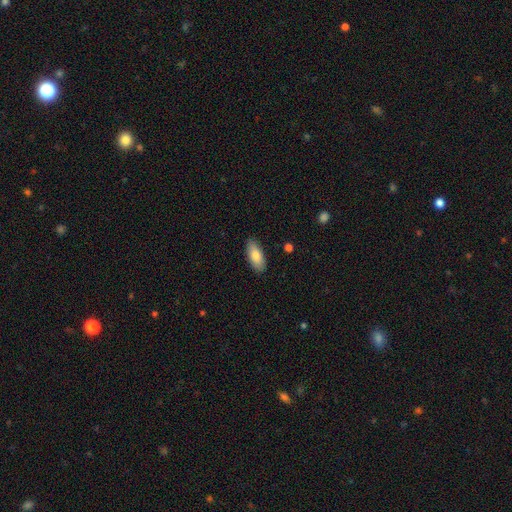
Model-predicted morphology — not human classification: Smooth or featured: smooth — 83% (featured or disk — 11%)
How rounded: in between — 86% (cigar-shaped — 12%)
Merging: none — 86% (minor disturbance — 10%)